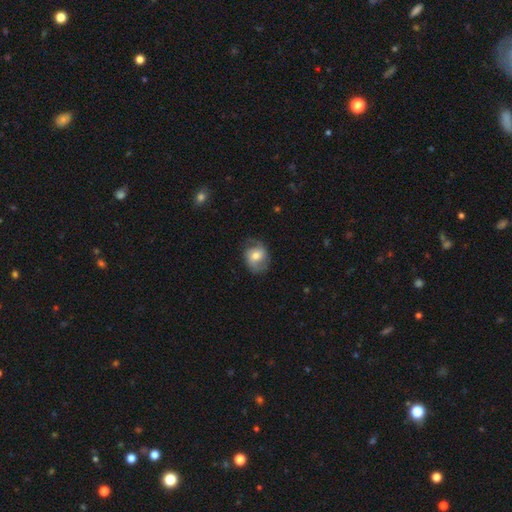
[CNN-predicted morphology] type=smooth (52%); roundness=round (52%); merging=none (63%).